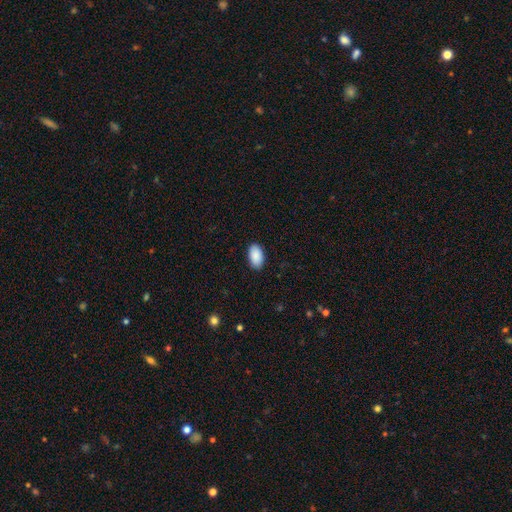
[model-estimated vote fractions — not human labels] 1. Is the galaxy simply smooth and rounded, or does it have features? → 91% smooth, 6% star or artifact, 3% featured or disk.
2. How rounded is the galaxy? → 95% in between, 4% round, 1% cigar-shaped.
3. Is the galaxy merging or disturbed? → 89% none, 8% minor disturbance, 2% major disturbance, 1% merger.